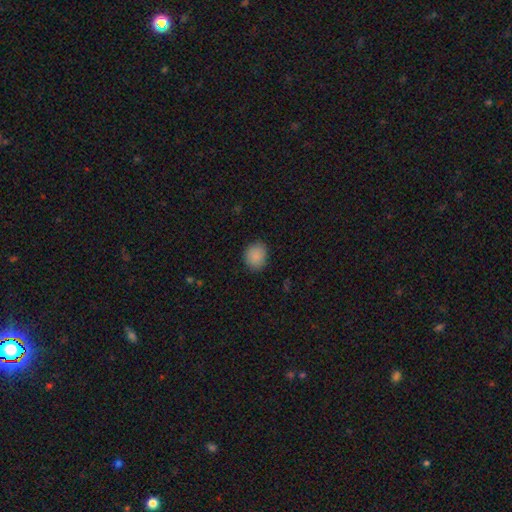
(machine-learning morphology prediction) type=smooth (88%); roundness=round (69%); merging=none (84%).